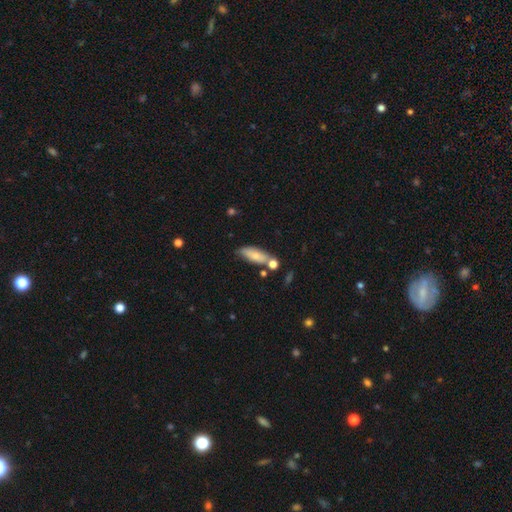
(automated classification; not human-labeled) Overall: smooth (73%). How rounded: in between (67%; cigar-shaped 30%). Merging: none (60%).